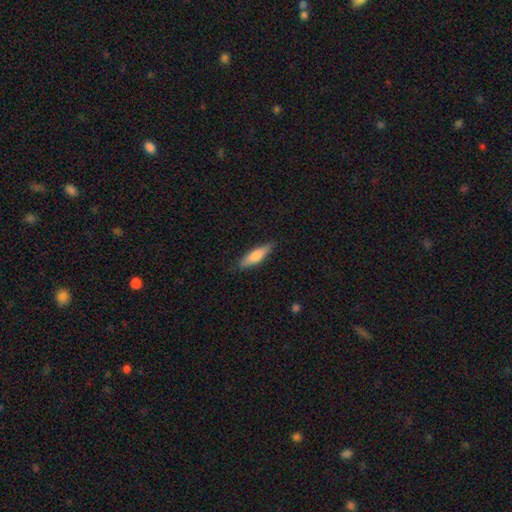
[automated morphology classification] This appears to be a smooth galaxy with no disk features (72%) that is cigar-shaped (64%). Merging: none (86%).